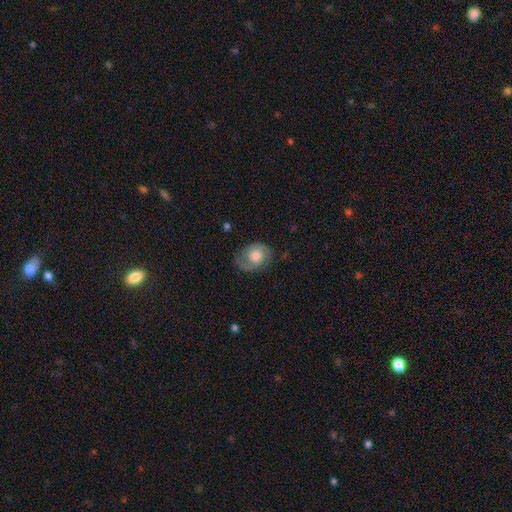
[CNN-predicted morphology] This appears to be a featured or disk galaxy (58%) with no bar (77%), spiral arms (83%) and a moderate central bulge (53%). Merging: none (70%).